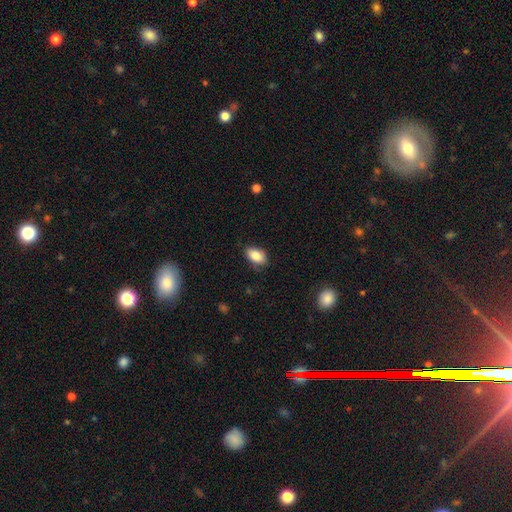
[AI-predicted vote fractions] smooth-or-featured: smooth: 85% | featured or disk: 7% | star or artifact: 7%
  how-rounded: in between: 92% | round: 6% | cigar-shaped: 2%
  merging: none: 77% | minor disturbance: 18% | major disturbance: 3% | merger: 1%